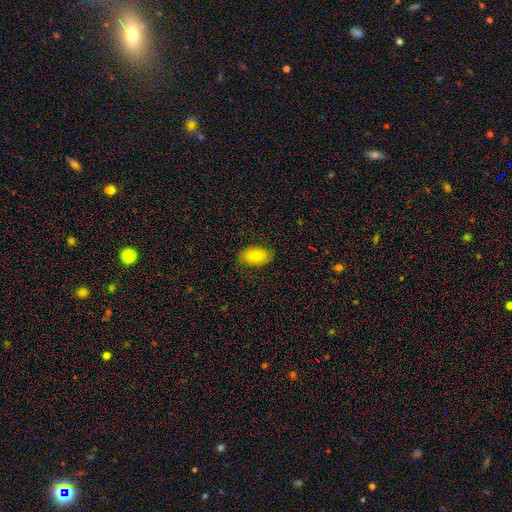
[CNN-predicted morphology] A smooth galaxy with no disk features (74%) that is in between round and cigar-shaped (94%).

Vote fractions:
- Smooth or featured? smooth: 74% / featured or disk: 19% / star or artifact: 7%
- How rounded? in between: 94% / round: 4% / cigar-shaped: 2%
- Merging? none: 81% / minor disturbance: 14% / major disturbance: 3% / merger: 1%